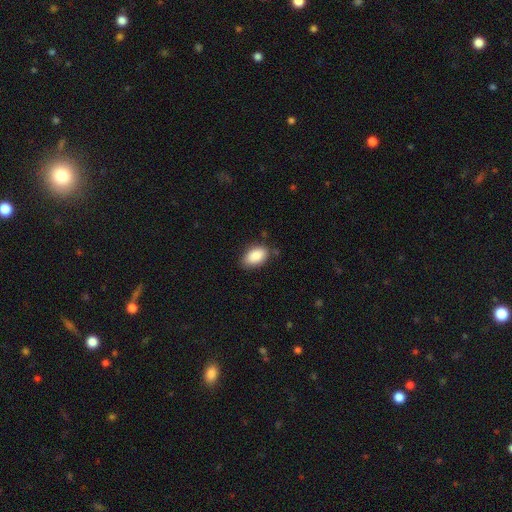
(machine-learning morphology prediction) smooth-or-featured: smooth: 88% | star or artifact: 7% | featured or disk: 5%
  how-rounded: in between: 93% | round: 6% | cigar-shaped: 2%
  merging: none: 78% | minor disturbance: 17% | major disturbance: 3% | merger: 2%